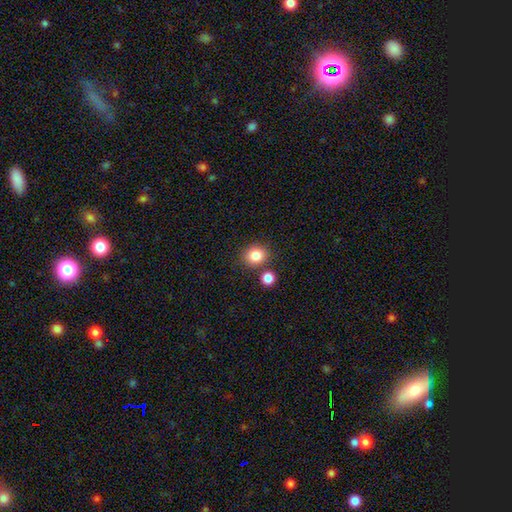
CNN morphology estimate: type=smooth (84%); roundness=round (78%); merging=none (77%).